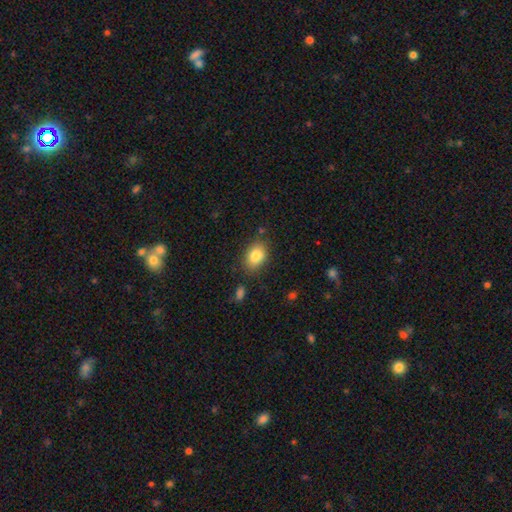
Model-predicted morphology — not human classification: This appears to be a smooth galaxy with no disk features (84%) that is in between round and cigar-shaped (78%). Merging: none (79%).